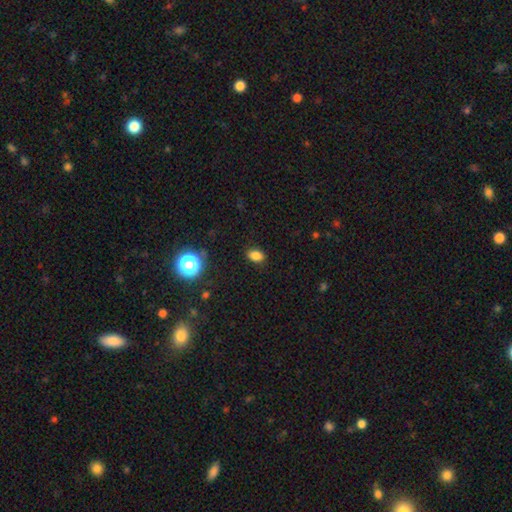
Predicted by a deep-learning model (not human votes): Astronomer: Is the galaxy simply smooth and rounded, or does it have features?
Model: smooth — 82%.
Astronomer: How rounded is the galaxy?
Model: in between — 81%.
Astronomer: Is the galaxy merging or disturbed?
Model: none — 87%.